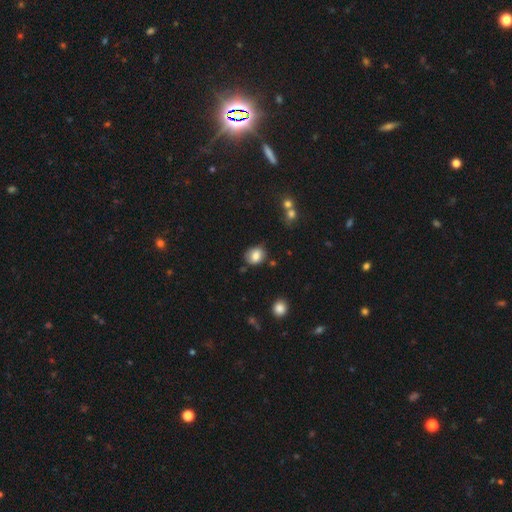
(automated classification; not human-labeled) Smooth or featured: smooth — 82% (star or artifact — 9%)
How rounded: round — 51% (in between — 48%)
Merging: none — 75% (minor disturbance — 17%)